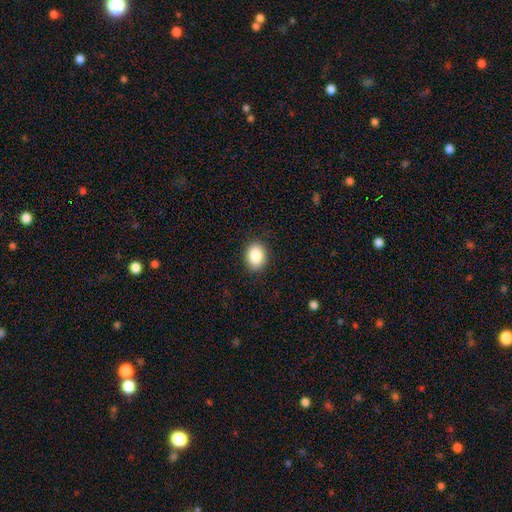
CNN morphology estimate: Smooth or featured: smooth — 87% (star or artifact — 8%)
How rounded: in between — 61% (round — 38%)
Merging: none — 90% (minor disturbance — 7%)